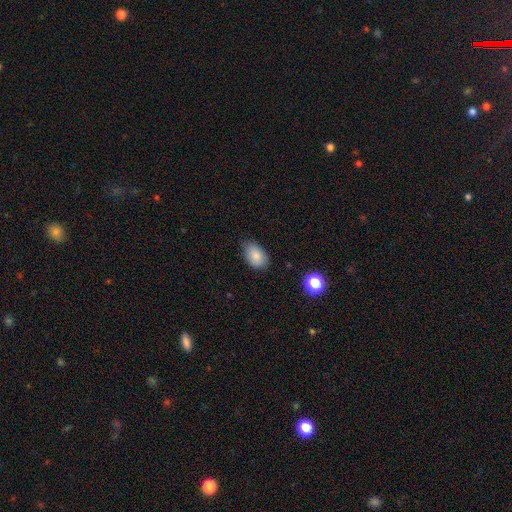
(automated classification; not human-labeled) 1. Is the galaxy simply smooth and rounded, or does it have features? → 85% smooth, 8% star or artifact, 7% featured or disk.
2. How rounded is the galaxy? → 88% in between, 11% round, 1% cigar-shaped.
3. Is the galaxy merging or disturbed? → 70% none, 24% minor disturbance, 4% major disturbance, 1% merger.